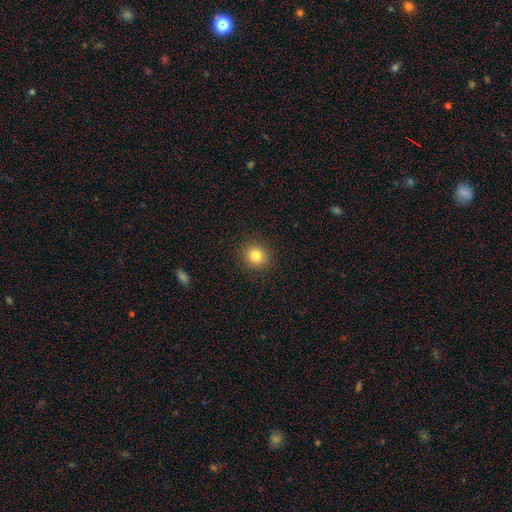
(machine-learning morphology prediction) smooth-or-featured: smooth: 83% | star or artifact: 11% | featured or disk: 6%
  how-rounded: round: 86% | in between: 13% | cigar-shaped: 1%
  merging: none: 90% | minor disturbance: 6% | major disturbance: 2% | merger: 1%